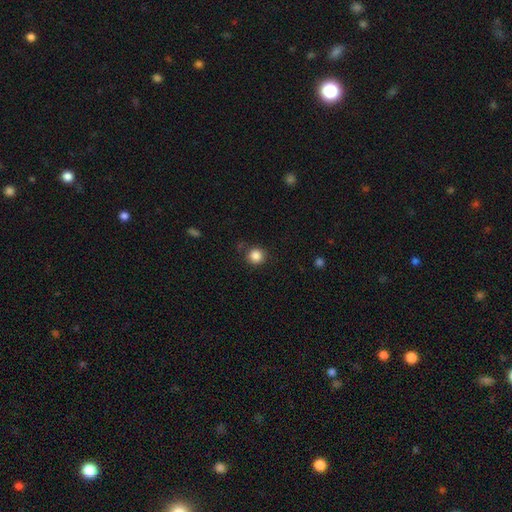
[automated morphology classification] The model was most divided on "smooth or featured": smooth: 86%, star or artifact: 11%, featured or disk: 4%. More confident: how rounded — round (93%); merging — none (85%).